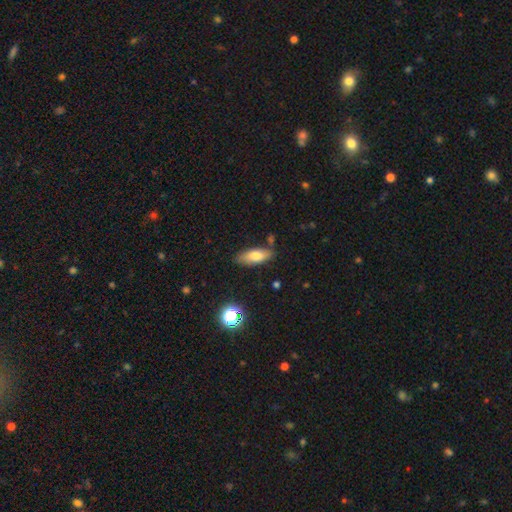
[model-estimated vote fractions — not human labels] Smooth or featured: smooth — 75% (featured or disk — 17%)
How rounded: in between — 73% (cigar-shaped — 25%)
Merging: none — 78% (minor disturbance — 15%)